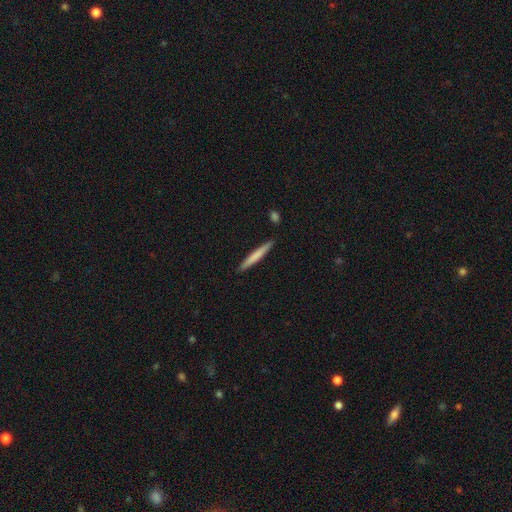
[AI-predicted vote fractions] Smooth or featured?
  - smooth: 68% *
  - featured or disk: 27%
  - star or artifact: 5%
How rounded?
  - cigar-shaped: 96% *
  - in between: 3%
  - round: 1%
Merging?
  - none: 90% *
  - minor disturbance: 7%
  - merger: 2%
  - major disturbance: 1%